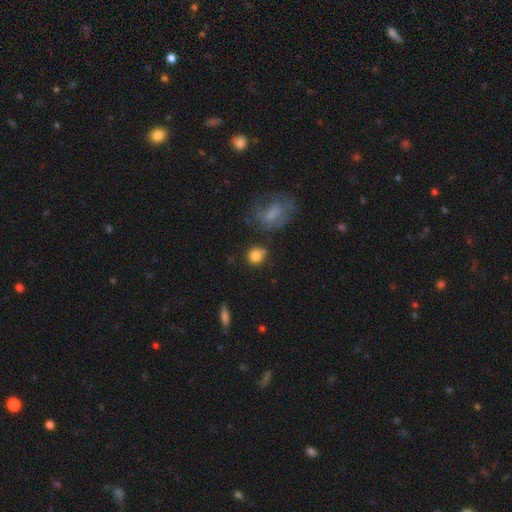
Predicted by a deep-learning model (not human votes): Overall: smooth (80%). How rounded: round (82%). Merging: none (59%; minor disturbance 20%).